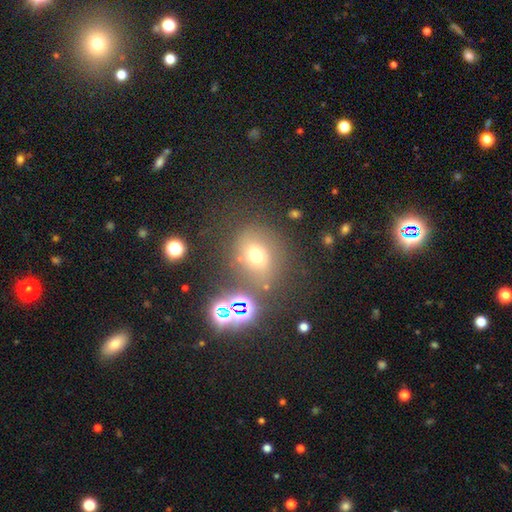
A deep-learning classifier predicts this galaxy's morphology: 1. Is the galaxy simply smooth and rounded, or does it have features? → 62% smooth, 23% star or artifact, 15% featured or disk.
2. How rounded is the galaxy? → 61% round, 37% in between, 1% cigar-shaped.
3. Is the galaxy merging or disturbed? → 71% none, 14% minor disturbance, 8% major disturbance, 8% merger.